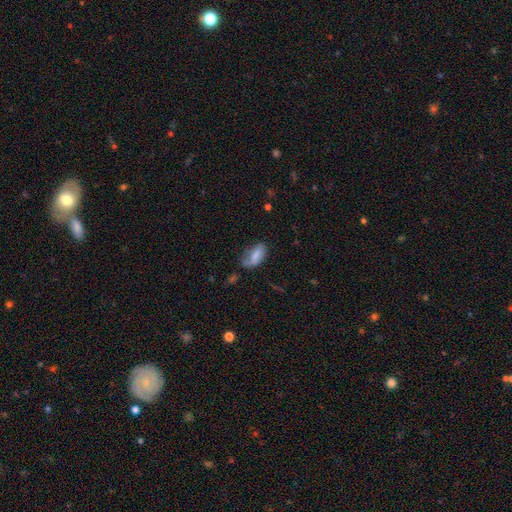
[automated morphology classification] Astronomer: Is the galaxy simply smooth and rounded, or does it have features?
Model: smooth — 74%.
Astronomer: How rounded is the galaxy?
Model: in between — 89%.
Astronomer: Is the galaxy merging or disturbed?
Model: none — 49% (runner-up: minor disturbance, 34%).